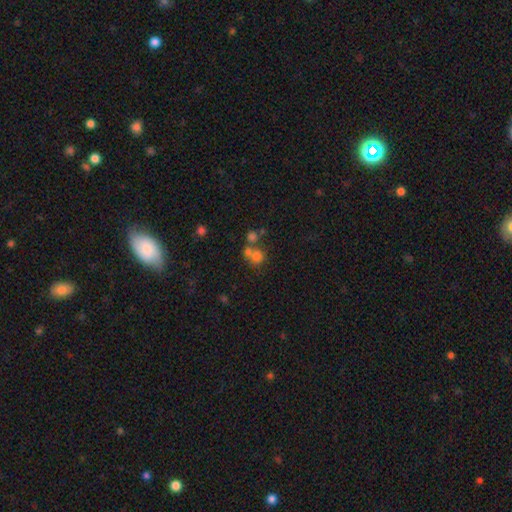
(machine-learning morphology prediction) Smooth or featured?
  - smooth: 65% *
  - star or artifact: 19%
  - featured or disk: 17%
How rounded?
  - round: 78% *
  - in between: 21%
  - cigar-shaped: 1%
Merging?
  - merger: 49% *
  - none: 38%
  - minor disturbance: 8%
  - major disturbance: 6%